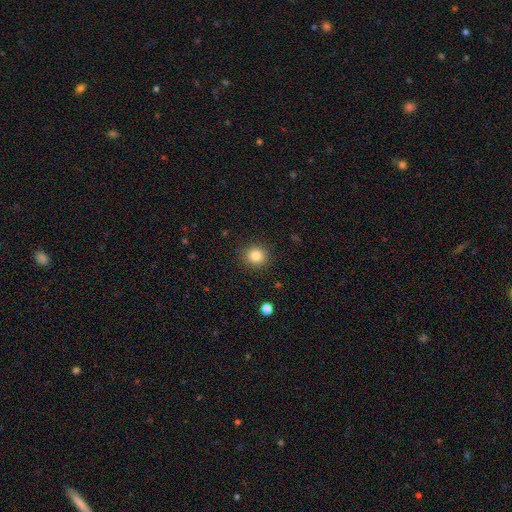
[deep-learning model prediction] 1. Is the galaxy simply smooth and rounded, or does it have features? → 84% smooth, 11% star or artifact, 5% featured or disk.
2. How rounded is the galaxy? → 89% round, 10% in between, 1% cigar-shaped.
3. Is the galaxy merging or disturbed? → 90% none, 7% minor disturbance, 2% major disturbance, 1% merger.